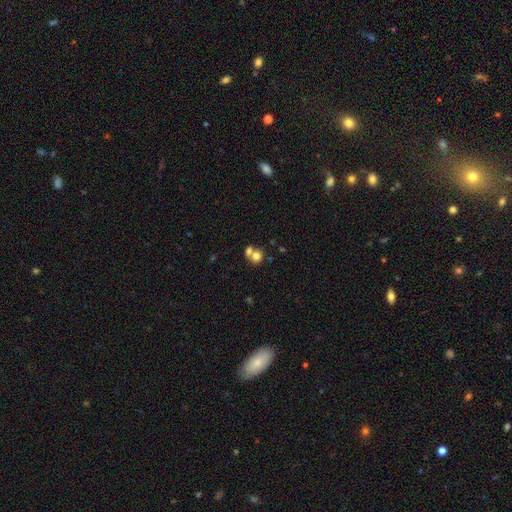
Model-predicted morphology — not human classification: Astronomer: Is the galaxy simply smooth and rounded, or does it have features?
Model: smooth — 76%.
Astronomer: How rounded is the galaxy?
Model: round — 75%.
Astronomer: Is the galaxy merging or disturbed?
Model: merger — 47% (runner-up: none, 41%).